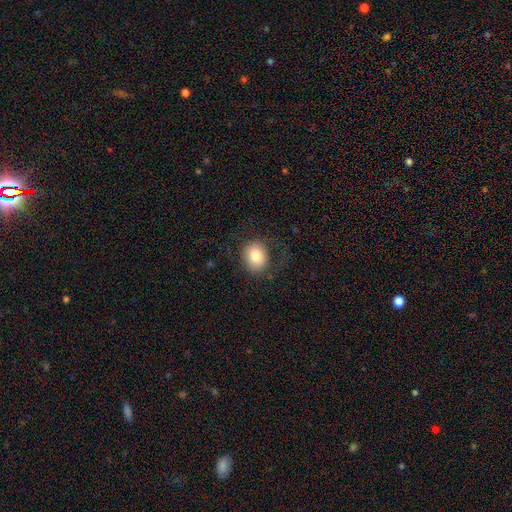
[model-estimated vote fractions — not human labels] A smooth galaxy with no disk features (81%) that is round (64%). Merging: none (74%).